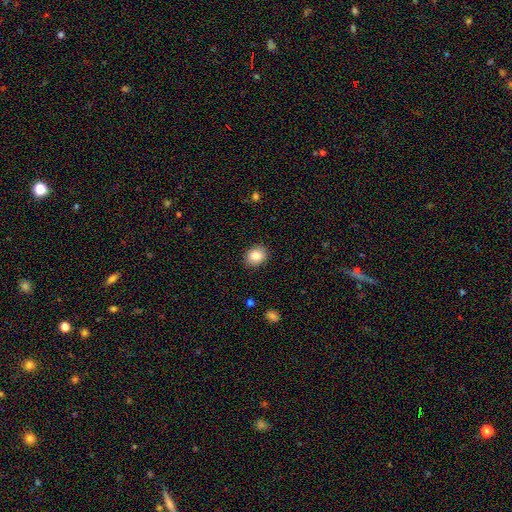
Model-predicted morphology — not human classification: A smooth galaxy with no disk features (85%) that is round (57%).

Vote fractions:
- Smooth or featured? smooth: 85% / star or artifact: 9% / featured or disk: 6%
- How rounded? round: 57% / in between: 42% / cigar-shaped: 1%
- Merging? none: 89% / minor disturbance: 8% / major disturbance: 2% / merger: 1%